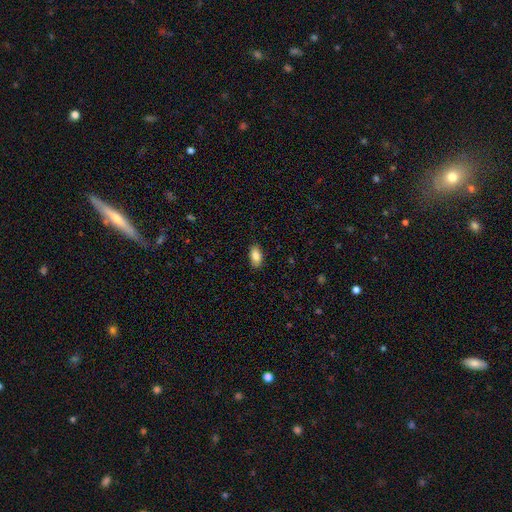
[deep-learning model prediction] smooth-or-featured: smooth: 86% | star or artifact: 8% | featured or disk: 7%
  how-rounded: in between: 91% | round: 5% | cigar-shaped: 4%
  merging: none: 86% | minor disturbance: 11% | major disturbance: 2% | merger: 1%